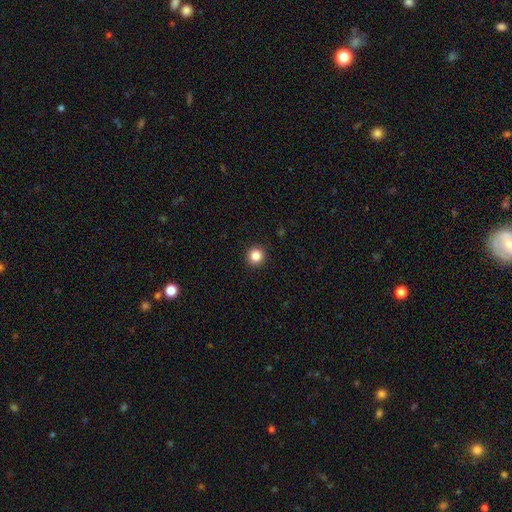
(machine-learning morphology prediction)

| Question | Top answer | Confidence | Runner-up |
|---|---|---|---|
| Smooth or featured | smooth | 85% | star or artifact (11%) |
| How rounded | round | 95% | in between (4%) |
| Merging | none | 93% | minor disturbance (4%) |